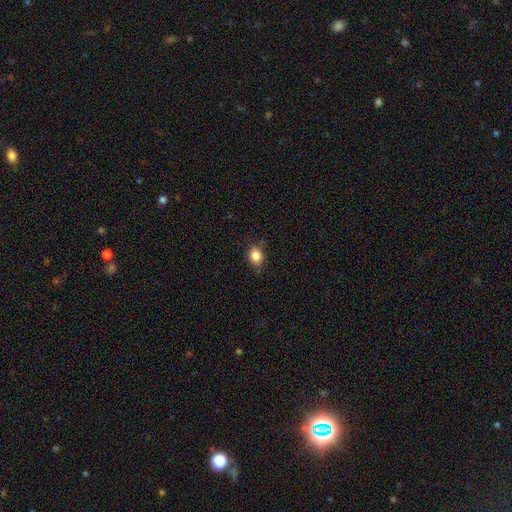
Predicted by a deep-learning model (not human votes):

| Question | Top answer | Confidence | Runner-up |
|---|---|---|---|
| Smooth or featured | smooth | 85% | star or artifact (10%) |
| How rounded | in between | 51% | round (48%) |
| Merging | none | 81% | minor disturbance (14%) |